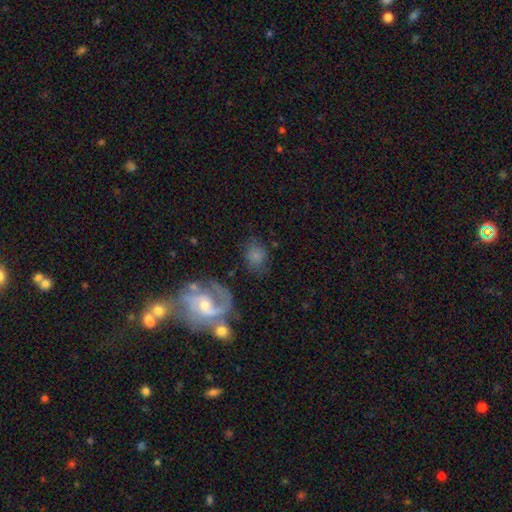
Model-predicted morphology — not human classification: A smooth galaxy with no disk features (58%) that is round (50%).

Vote fractions:
- Smooth or featured? smooth: 58% / featured or disk: 31% / star or artifact: 11%
- How rounded? round: 50% / in between: 49% / cigar-shaped: 2%
- Merging? none: 63% / minor disturbance: 18% / major disturbance: 11% / merger: 8%